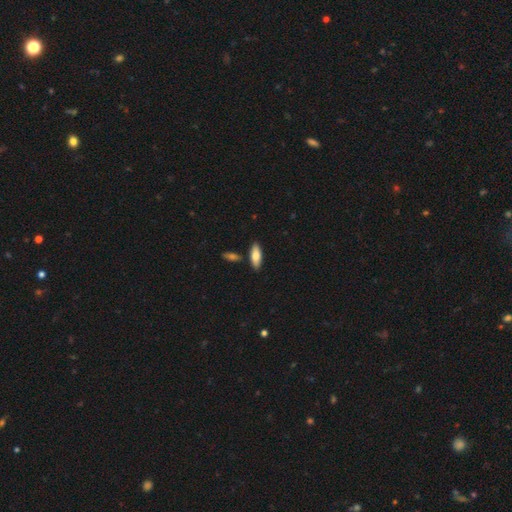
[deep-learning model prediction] Smooth or featured?
  - smooth: 78% *
  - featured or disk: 17%
  - star or artifact: 6%
How rounded?
  - in between: 72% *
  - cigar-shaped: 26%
  - round: 2%
Merging?
  - none: 84% *
  - minor disturbance: 10%
  - merger: 5%
  - major disturbance: 2%